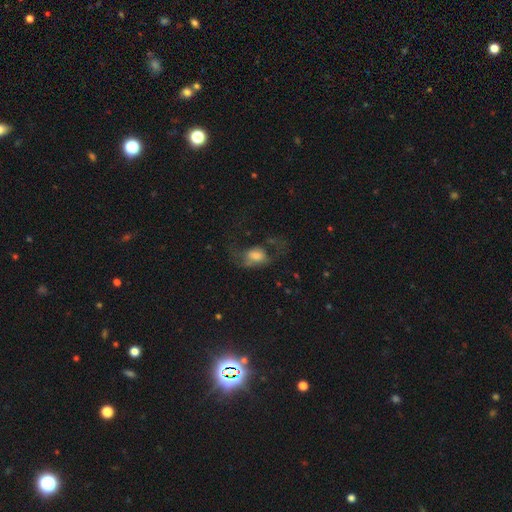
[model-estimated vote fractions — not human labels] The model was most divided on "smooth or featured": smooth: 53%, featured or disk: 37%, star or artifact: 10%. More confident: how rounded — in between (77%); merging — major disturbance (51%).